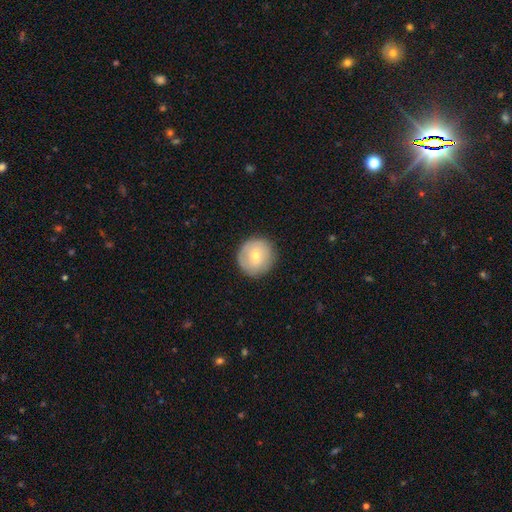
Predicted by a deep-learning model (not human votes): Smooth or featured? Predicted: smooth (p=0.66). How rounded? Predicted: round (p=0.94). Merging? Predicted: none (p=0.87).